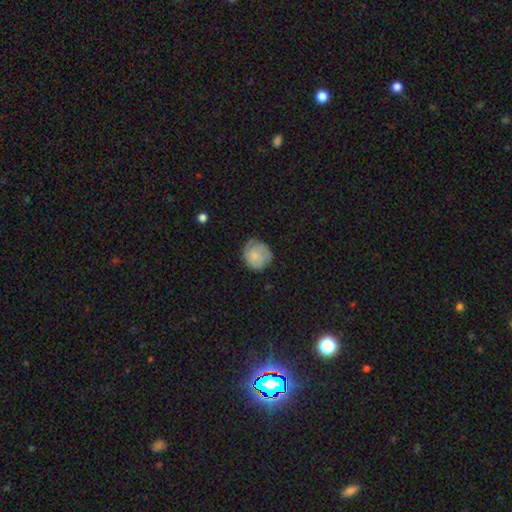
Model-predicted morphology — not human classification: smooth-or-featured: smooth: 71% | featured or disk: 22% | star or artifact: 7%
  how-rounded: round: 86% | in between: 13% | cigar-shaped: 1%
  merging: none: 66% | minor disturbance: 26% | major disturbance: 7% | merger: 1%